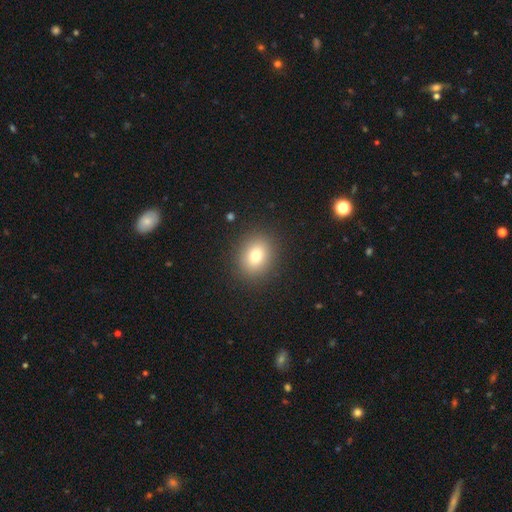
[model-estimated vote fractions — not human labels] Overall: smooth (80%). How rounded: in between (53%; round 46%). Merging: none (89%).